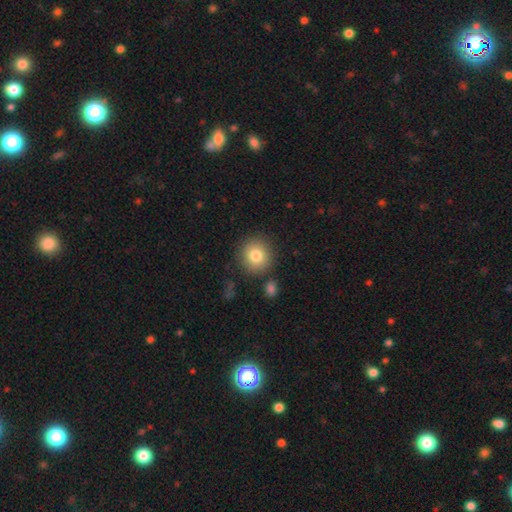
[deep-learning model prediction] A smooth galaxy with no disk features (80%) that is round (92%). Merging: none (85%).